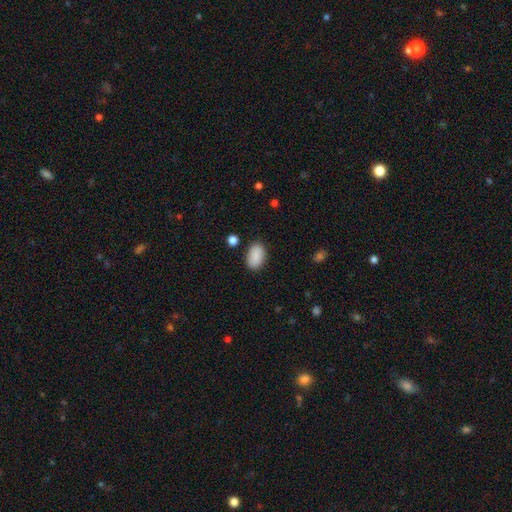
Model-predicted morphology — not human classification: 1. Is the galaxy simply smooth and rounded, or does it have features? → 87% smooth, 7% star or artifact, 6% featured or disk.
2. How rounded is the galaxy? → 91% in between, 7% round, 1% cigar-shaped.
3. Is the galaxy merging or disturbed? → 84% none, 11% minor disturbance, 3% major disturbance, 2% merger.